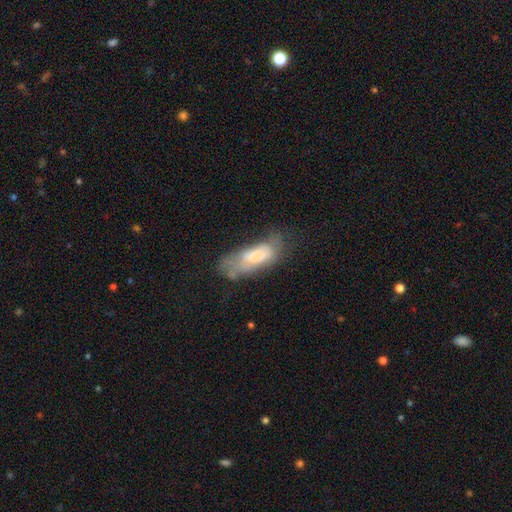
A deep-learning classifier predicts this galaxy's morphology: smooth 58%, featured or disk 32%, star or artifact 10%. Down the decision tree: how rounded — in between (71%); merging — none (33%).